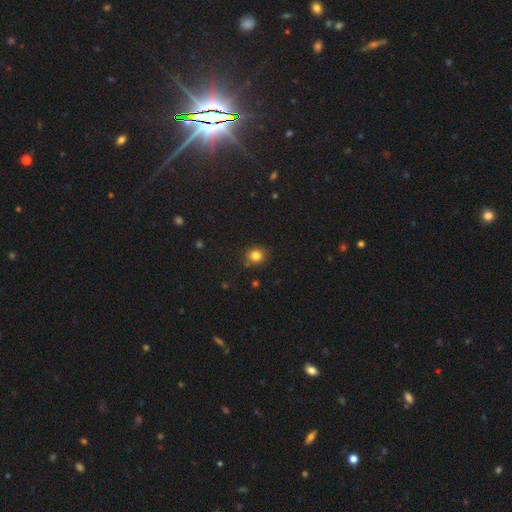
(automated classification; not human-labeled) Smooth or featured? smooth (82%)
How rounded? round (82%)
Merging? none (85%)